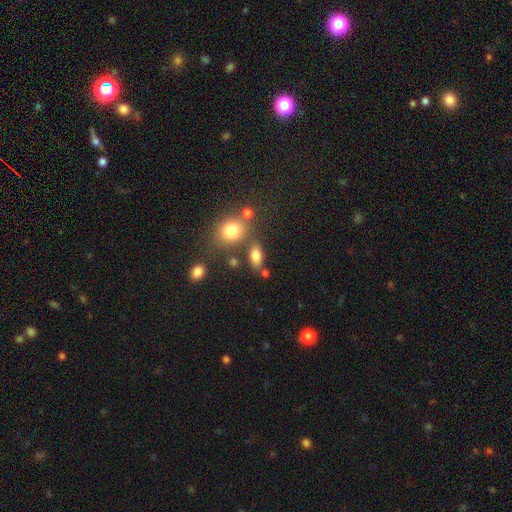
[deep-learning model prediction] smooth 80%, star or artifact 11%, featured or disk 9%. Down the decision tree: how rounded — in between (81%); merging — none (67%).